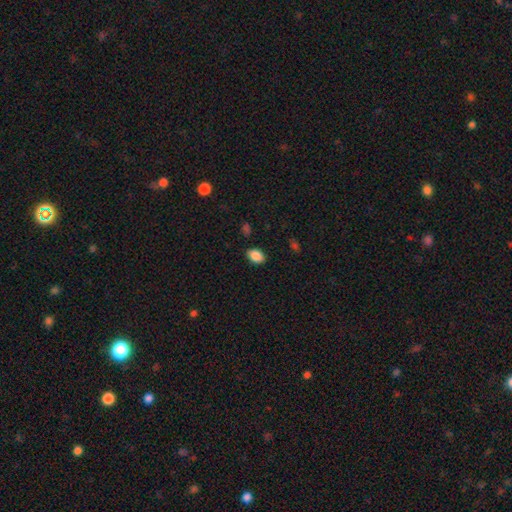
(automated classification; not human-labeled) Smooth or featured?
  - smooth: 87% *
  - star or artifact: 8%
  - featured or disk: 4%
How rounded?
  - in between: 84% *
  - round: 14%
  - cigar-shaped: 1%
Merging?
  - none: 86% *
  - minor disturbance: 10%
  - major disturbance: 2%
  - merger: 1%